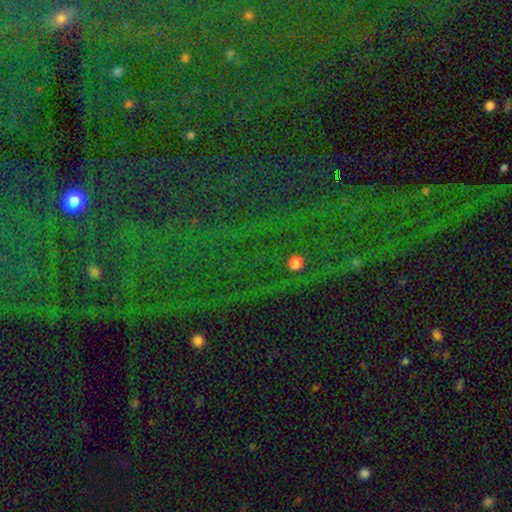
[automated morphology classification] The model was most divided on "smooth or featured": star or artifact: 84%, smooth: 8%, featured or disk: 8%.